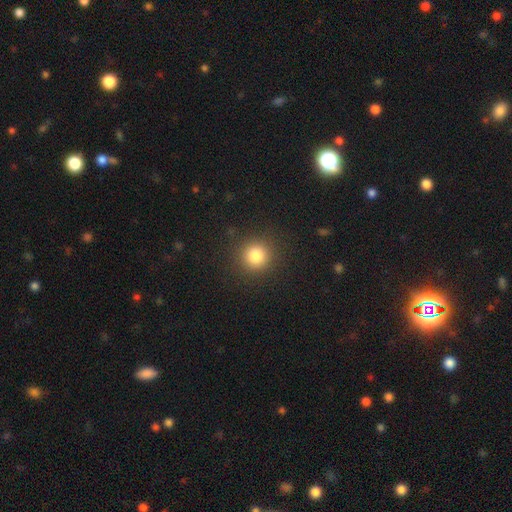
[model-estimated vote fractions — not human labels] This is clearly a smooth galaxy (82%). How rounded: clearly round (93%). Merging: clearly none (90%).